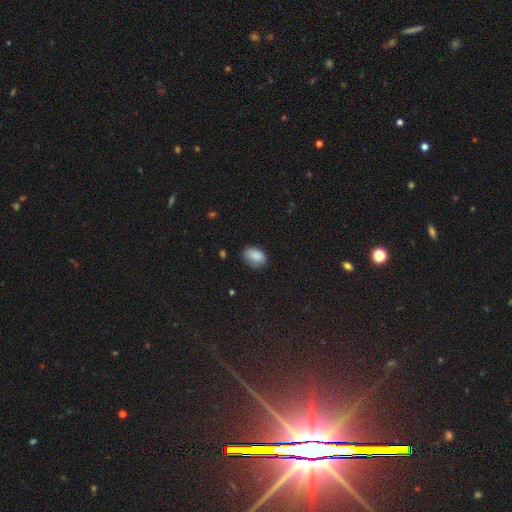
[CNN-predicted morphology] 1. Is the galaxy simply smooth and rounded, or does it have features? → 86% smooth, 8% star or artifact, 6% featured or disk.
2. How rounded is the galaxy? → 80% in between, 18% round, 1% cigar-shaped.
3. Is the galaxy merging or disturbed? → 66% none, 27% minor disturbance, 6% major disturbance, 2% merger.